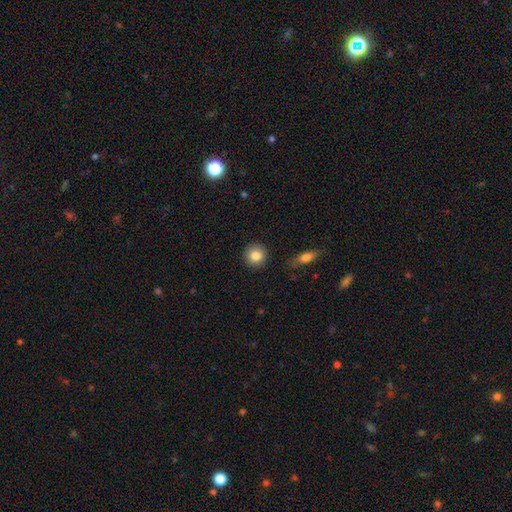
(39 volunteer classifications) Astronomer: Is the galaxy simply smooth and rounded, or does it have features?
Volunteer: smooth — 82%.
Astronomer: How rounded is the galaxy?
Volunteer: round — 88%.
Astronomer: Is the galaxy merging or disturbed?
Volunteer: none — 89%.